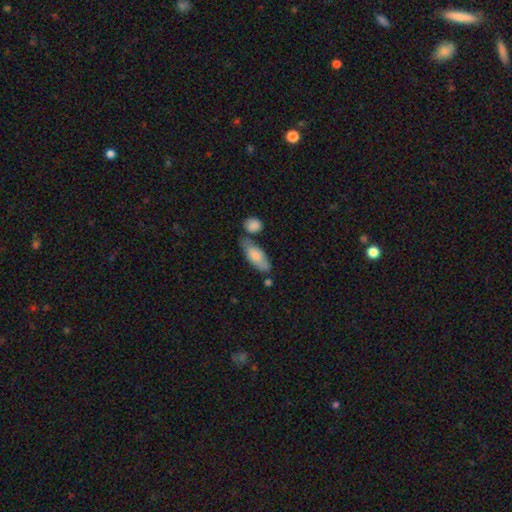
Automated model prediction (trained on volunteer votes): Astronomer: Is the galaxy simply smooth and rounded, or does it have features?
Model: smooth — 78%.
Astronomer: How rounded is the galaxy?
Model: in between — 76%.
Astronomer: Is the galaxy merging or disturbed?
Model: none — 57%.